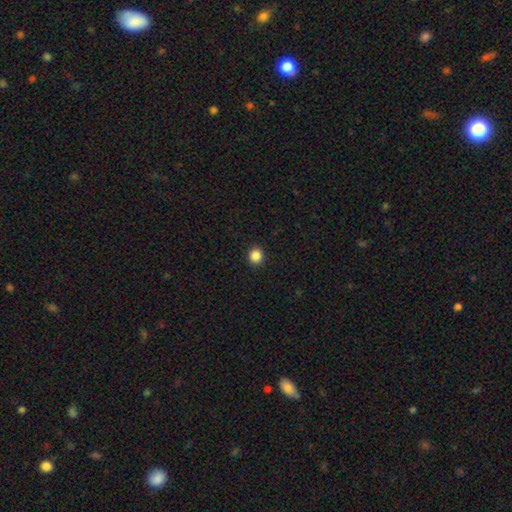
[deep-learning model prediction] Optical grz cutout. It shows a smooth galaxy with no disk features (86%) that is round (86%). Merging: none (92%).